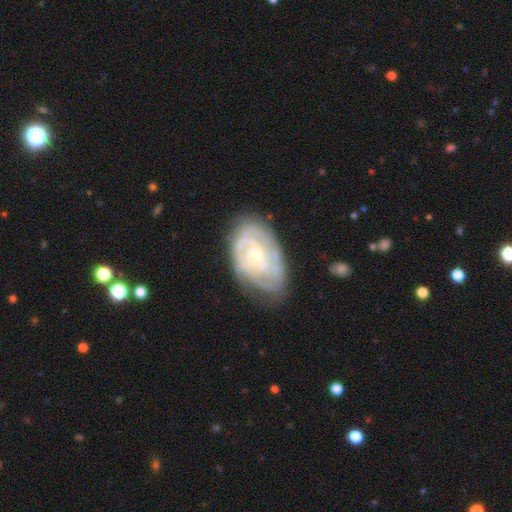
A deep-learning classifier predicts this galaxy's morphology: Smooth or featured?
  - featured or disk: 80% *
  - smooth: 15%
  - star or artifact: 5%
Edge-on disk?
  - no: 96% *
  - yes: 4%
Bar?
  - no: 64% *
  - weak: 30%
  - strong: 6%
Spiral arms?
  - yes: 88% *
  - no: 12%
Spiral winding?
  - tight: 67% *
  - medium: 26%
  - loose: 7%
Spiral arm count?
  - can't tell: 42% *
  - 2: 26%
  - 3: 17%
  - 4: 7%
  - 1: 4%
  - more than 4: 4%
Bulge size?
  - small: 58% *
  - moderate: 38%
  - large: 2%
  - none: 1%
  - dominant: 1%
Merging?
  - none: 68% *
  - minor disturbance: 22%
  - major disturbance: 8%
  - merger: 2%